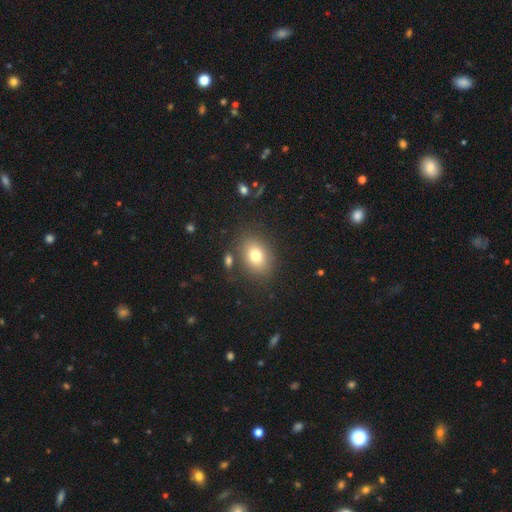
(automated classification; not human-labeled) Smooth or featured? Predicted: smooth (p=0.76). How rounded? Predicted: in between (p=0.69). Merging? Predicted: none (p=0.79).